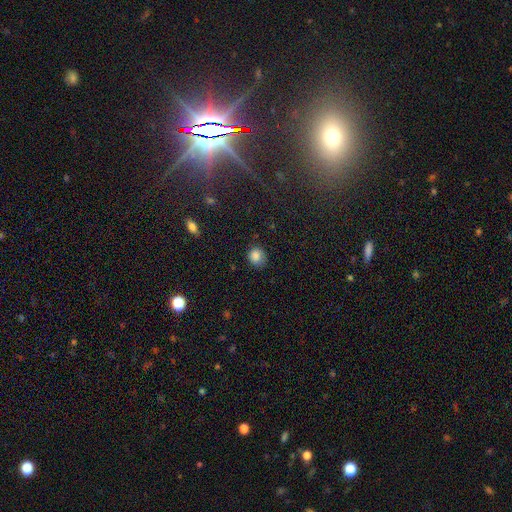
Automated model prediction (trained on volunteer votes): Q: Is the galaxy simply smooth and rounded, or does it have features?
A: smooth — 84%.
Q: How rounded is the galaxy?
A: round — 76%.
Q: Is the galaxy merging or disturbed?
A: none — 76%.